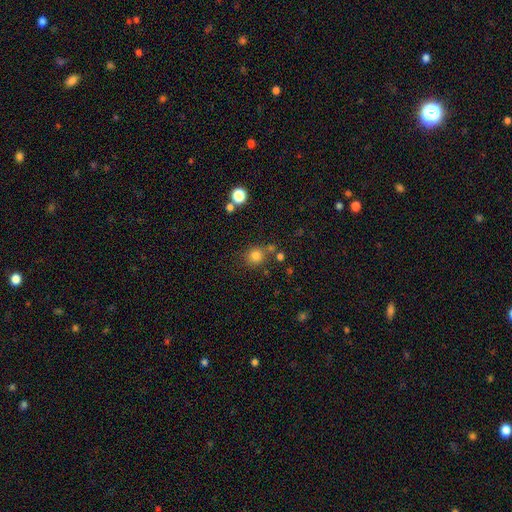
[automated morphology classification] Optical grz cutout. It shows a smooth galaxy with no disk features (80%) that is round (86%). Merging: none (71%).